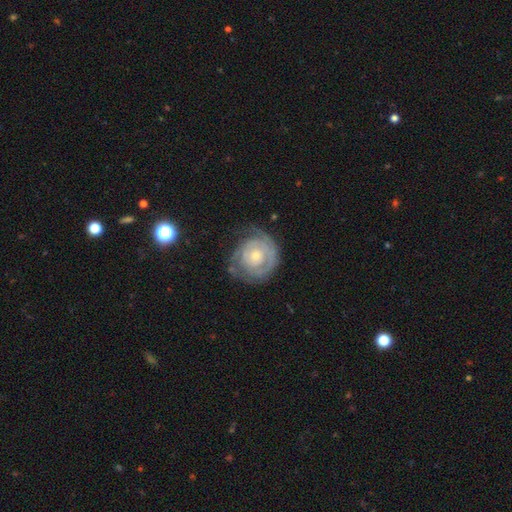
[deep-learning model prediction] Q: Smooth or featured?
A: featured or disk (73%); runner-up: smooth (22%)
Q: Edge-on disk?
A: no (98%); runner-up: yes (2%)
Q: Bar?
A: no (81%); runner-up: weak (16%)
Q: Spiral arms?
A: yes (78%); runner-up: no (22%)
Q: Spiral winding?
A: tight (72%); runner-up: medium (20%)
Q: Spiral arm count?
A: can't tell (43%); runner-up: 2 (28%)
Q: Bulge size?
A: small (54%); runner-up: moderate (40%)
Q: Merging?
A: none (61%); runner-up: minor disturbance (23%)